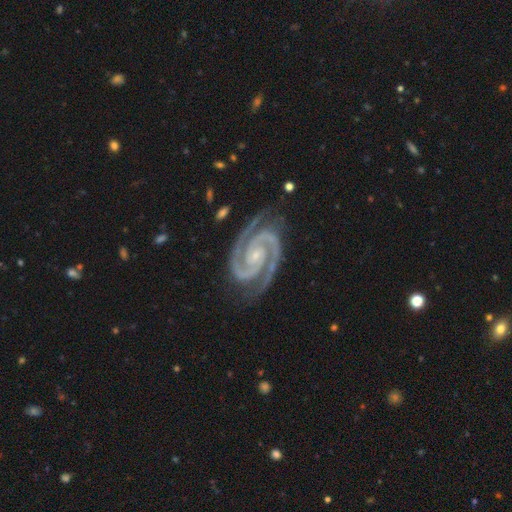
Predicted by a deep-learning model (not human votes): Smooth or featured?
  - featured or disk: 95% *
  - star or artifact: 4%
  - smooth: 2%
Edge-on disk?
  - no: 98% *
  - yes: 2%
Bar?
  - no: 57% *
  - weak: 26%
  - strong: 16%
Spiral arms?
  - yes: 99% *
  - no: 1%
Spiral winding?
  - tight: 66% *
  - medium: 31%
  - loose: 3%
Spiral arm count?
  - 2: 93% *
  - 3: 3%
  - can't tell: 1%
  - 4: 1%
  - 1: 1%
  - more than 4: 1%
Bulge size?
  - small: 71% *
  - moderate: 21%
  - none: 5%
  - large: 1%
  - dominant: 1%
Merging?
  - none: 82% *
  - minor disturbance: 14%
  - major disturbance: 3%
  - merger: 2%